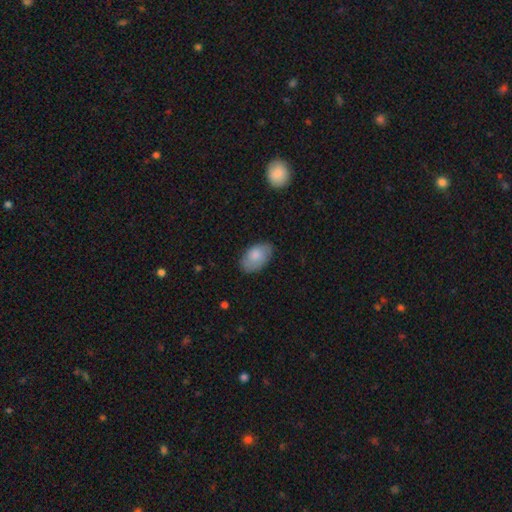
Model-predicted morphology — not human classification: smooth-or-featured: smooth: 80% | featured or disk: 14% | star or artifact: 6%
  how-rounded: in between: 93% | round: 5% | cigar-shaped: 1%
  merging: none: 78% | minor disturbance: 17% | major disturbance: 3% | merger: 1%